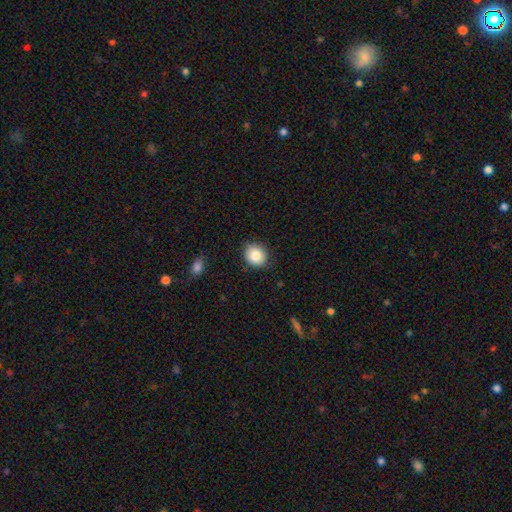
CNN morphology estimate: Smooth or featured? smooth (84%)
How rounded? round (71%)
Merging? none (85%)